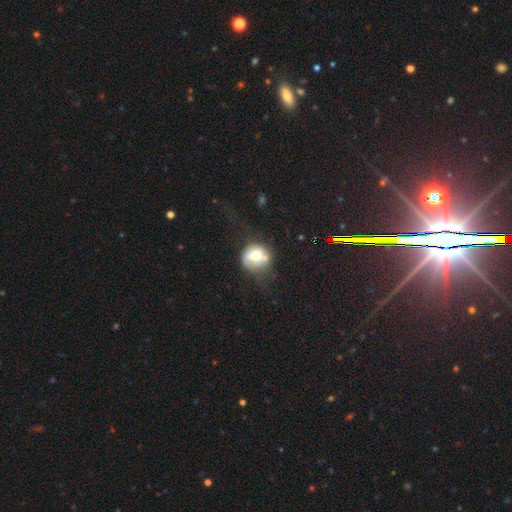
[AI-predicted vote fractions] Smooth or featured? smooth (56%)
How rounded? round (80%)
Merging? none (43%)